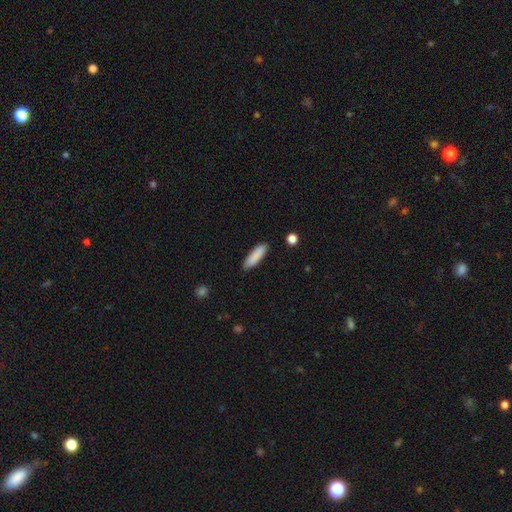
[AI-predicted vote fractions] This is clearly a smooth galaxy (88%). How rounded: likely cigar-shaped (60%). Merging: clearly none (87%).